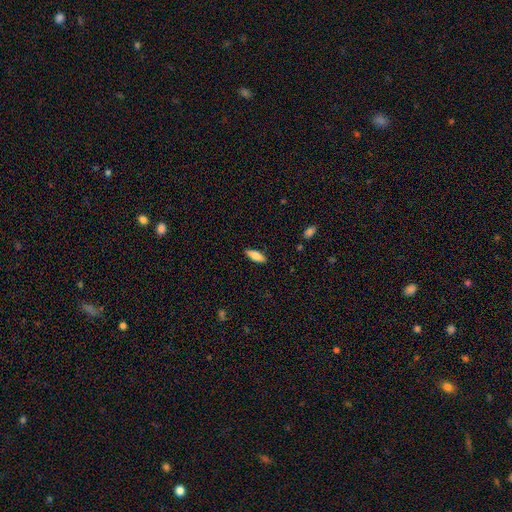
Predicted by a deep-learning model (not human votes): Q: Smooth or featured?
A: smooth (75%); runner-up: featured or disk (18%)
Q: How rounded?
A: in between (60%); runner-up: cigar-shaped (38%)
Q: Merging?
A: none (88%); runner-up: minor disturbance (9%)